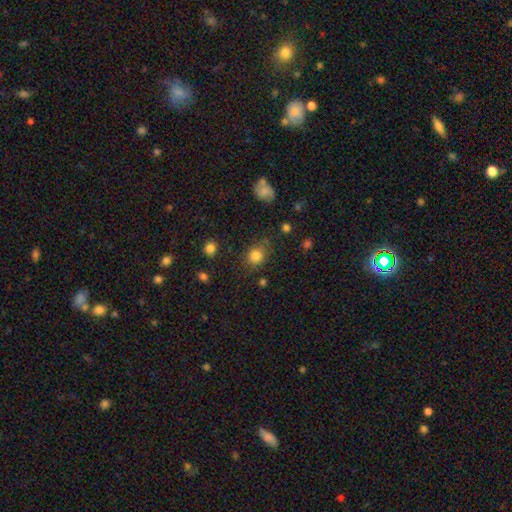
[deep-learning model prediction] Morphology: type=smooth (82%); roundness=round (66%); merging=none (71%).